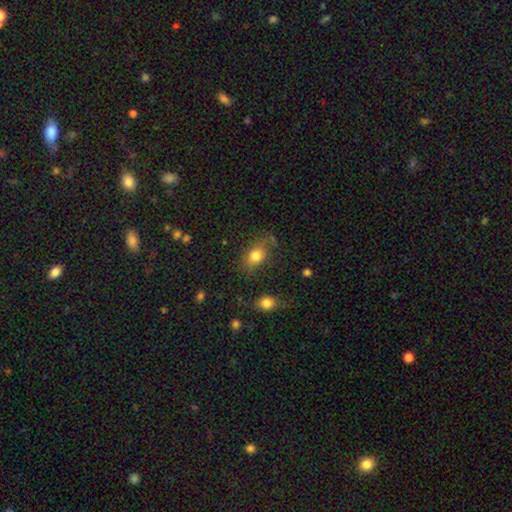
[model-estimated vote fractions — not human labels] Smooth or featured: smooth — 78% (featured or disk — 11%)
How rounded: in between — 69% (round — 28%)
Merging: none — 71% (minor disturbance — 19%)